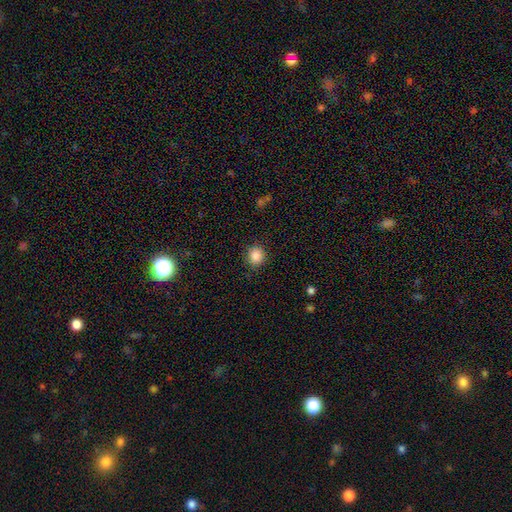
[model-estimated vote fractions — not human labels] Smooth or featured? Predicted: smooth (p=0.86). How rounded? Predicted: round (p=0.84). Merging? Predicted: none (p=0.88).